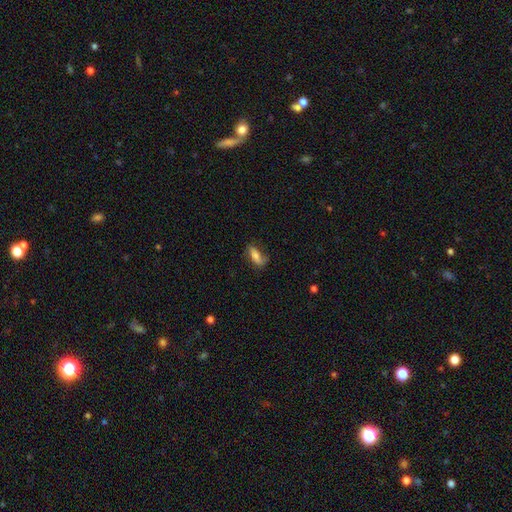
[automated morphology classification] Overall: smooth (55%; featured or disk 37%). How rounded: in between (74%). Merging: none (62%; minor disturbance 25%).